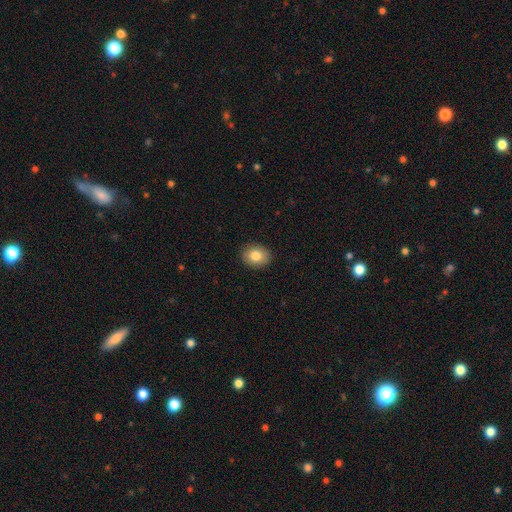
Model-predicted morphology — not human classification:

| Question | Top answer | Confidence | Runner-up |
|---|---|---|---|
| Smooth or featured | smooth | 83% | star or artifact (9%) |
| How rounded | round | 50% | tied: in between (50%) |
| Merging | none | 90% | minor disturbance (7%) |